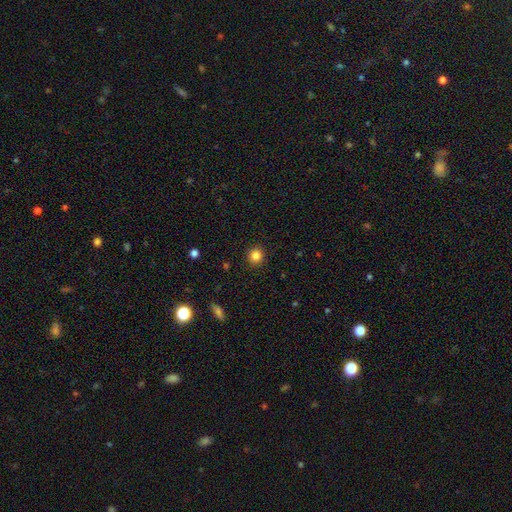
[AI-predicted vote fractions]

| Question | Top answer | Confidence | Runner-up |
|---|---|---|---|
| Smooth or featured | smooth | 83% | star or artifact (12%) |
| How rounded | round | 92% | in between (7%) |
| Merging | none | 92% | minor disturbance (5%) |